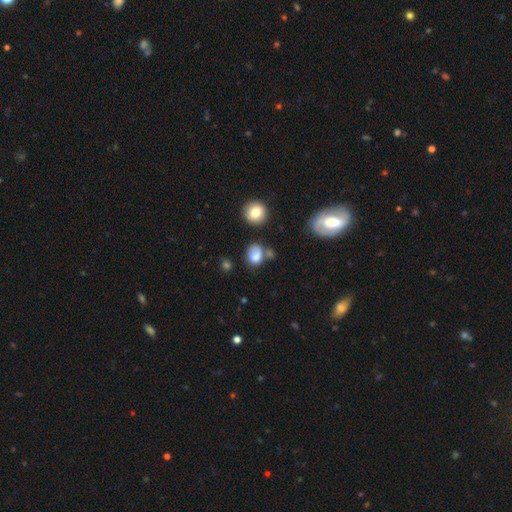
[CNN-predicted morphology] Q: Smooth or featured?
A: smooth (78%); runner-up: star or artifact (11%)
Q: How rounded?
A: in between (50%); runner-up: round (49%)
Q: Merging?
A: none (53%); runner-up: minor disturbance (22%)